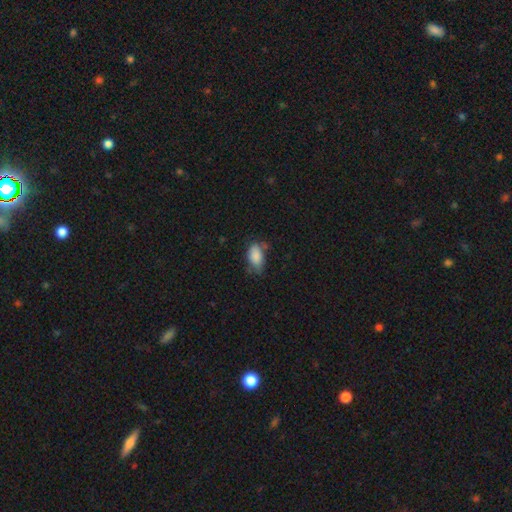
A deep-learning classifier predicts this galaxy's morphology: Smooth or featured? Predicted: smooth (p=0.86). How rounded? Predicted: in between (p=0.92). Merging? Predicted: none (p=0.57).